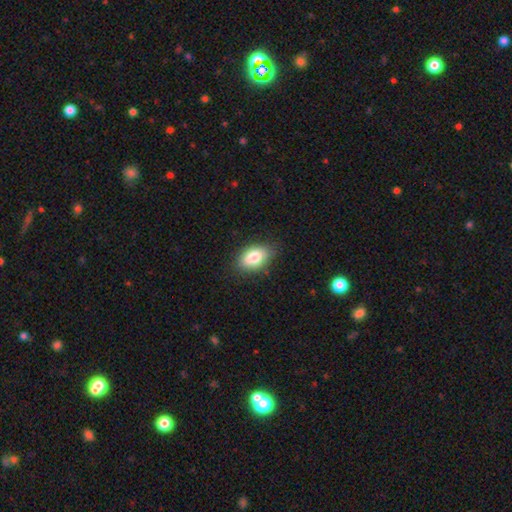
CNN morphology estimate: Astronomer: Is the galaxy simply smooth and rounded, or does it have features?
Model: smooth — 82%.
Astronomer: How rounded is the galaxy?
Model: in between — 89%.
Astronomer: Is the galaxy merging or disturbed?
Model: none — 81%.